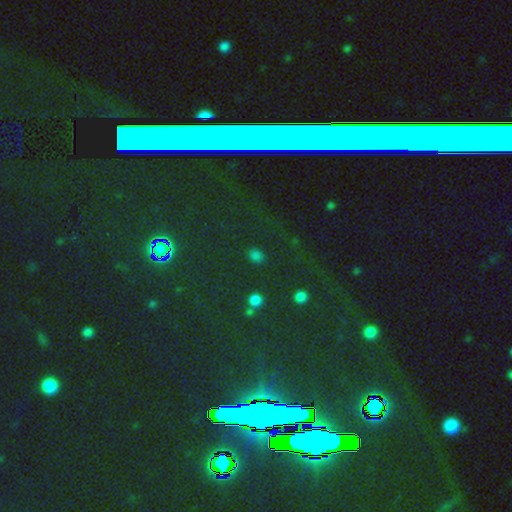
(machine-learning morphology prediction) Smooth or featured: star or artifact — 47% (smooth — 44%)